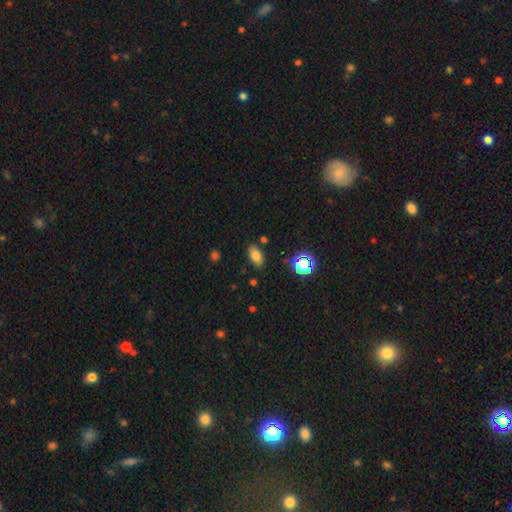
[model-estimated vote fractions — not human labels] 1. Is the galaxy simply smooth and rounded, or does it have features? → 76% smooth, 14% star or artifact, 10% featured or disk.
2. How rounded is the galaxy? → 89% in between, 8% round, 3% cigar-shaped.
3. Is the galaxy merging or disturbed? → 83% none, 11% minor disturbance, 3% merger, 3% major disturbance.